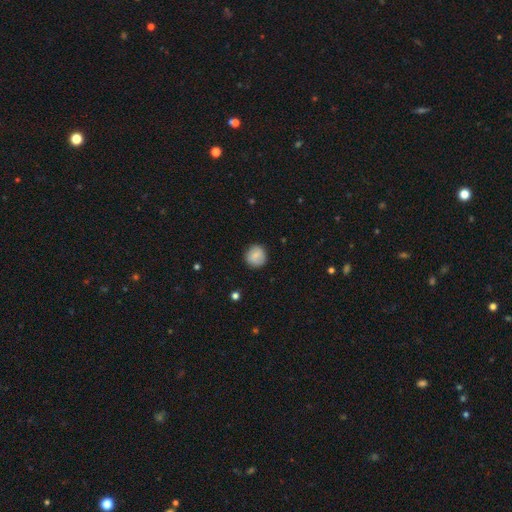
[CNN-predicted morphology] Smooth or featured? Predicted: smooth (p=0.83). How rounded? Predicted: round (p=0.92). Merging? Predicted: none (p=0.88).